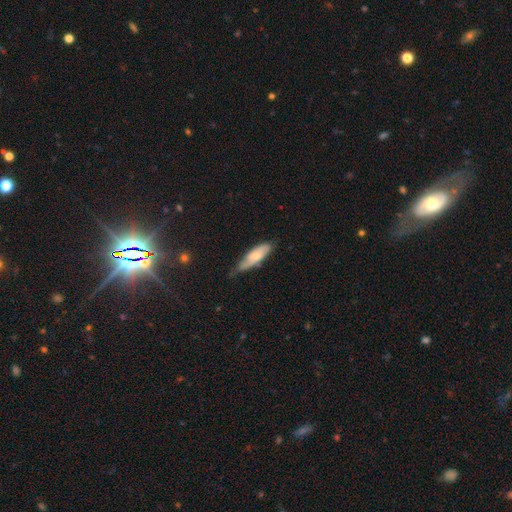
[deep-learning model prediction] This appears to be a smooth galaxy with no disk features (64%) that is in between round and cigar-shaped (53%). Merging: none (46%).